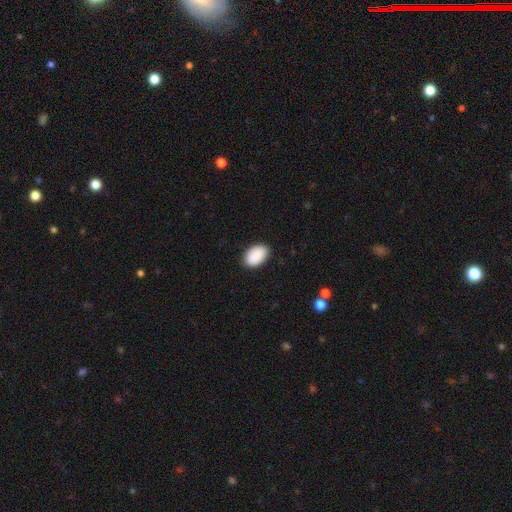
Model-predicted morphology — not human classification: This appears to be a smooth galaxy with no disk features (91%) that is in between round and cigar-shaped (92%). Merging: none (88%).